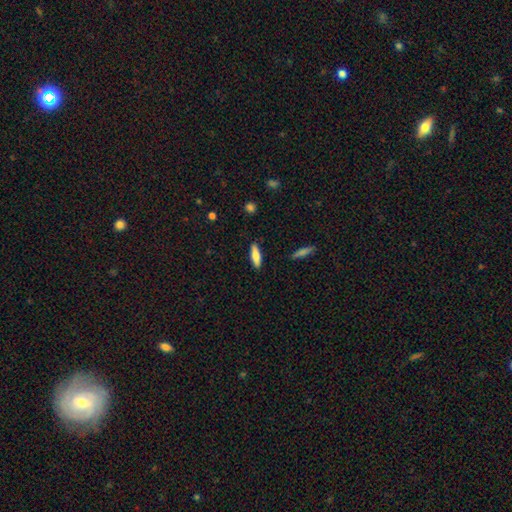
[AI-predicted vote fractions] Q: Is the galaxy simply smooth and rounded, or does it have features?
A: smooth — 74%.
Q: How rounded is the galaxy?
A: cigar-shaped — 57%.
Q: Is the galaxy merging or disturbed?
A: none — 88%.